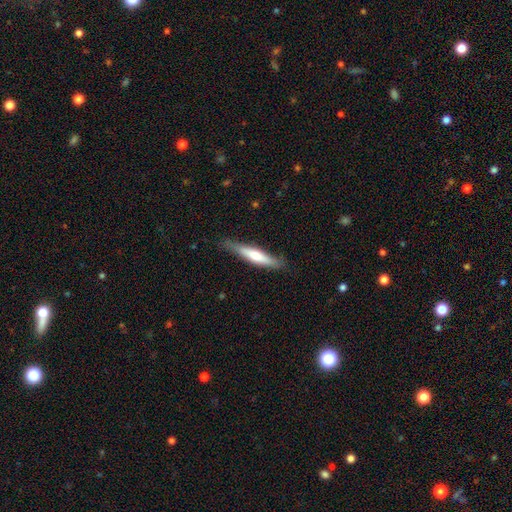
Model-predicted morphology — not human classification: Smooth or featured? Predicted: smooth (p=0.53). How rounded? Predicted: cigar-shaped (p=0.86). Merging? Predicted: none (p=0.81).